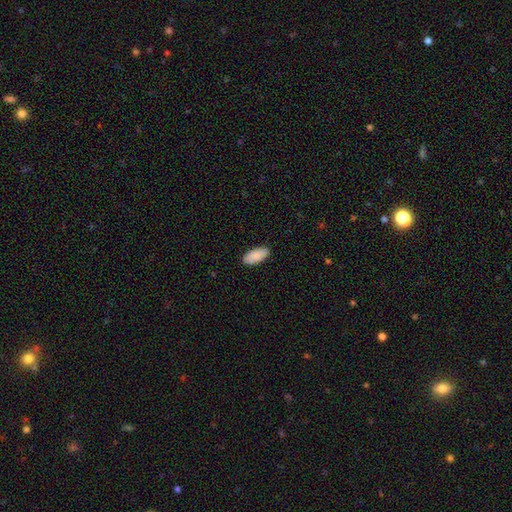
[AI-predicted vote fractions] Q: Smooth or featured?
A: smooth (90%); runner-up: star or artifact (6%)
Q: How rounded?
A: in between (91%); runner-up: cigar-shaped (8%)
Q: Merging?
A: none (89%); runner-up: minor disturbance (8%)